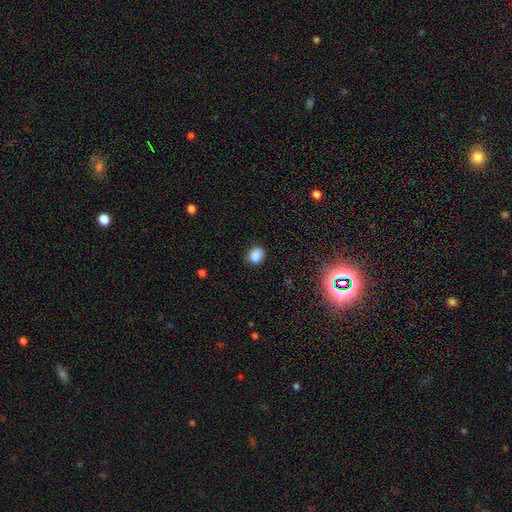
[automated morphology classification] smooth_or_featured: smooth (p=0.86) [alt: star or artifact p=0.11]
how_rounded: round (p=0.55) [alt: in between p=0.44]
merging: none (p=0.82) [alt: minor disturbance p=0.13]